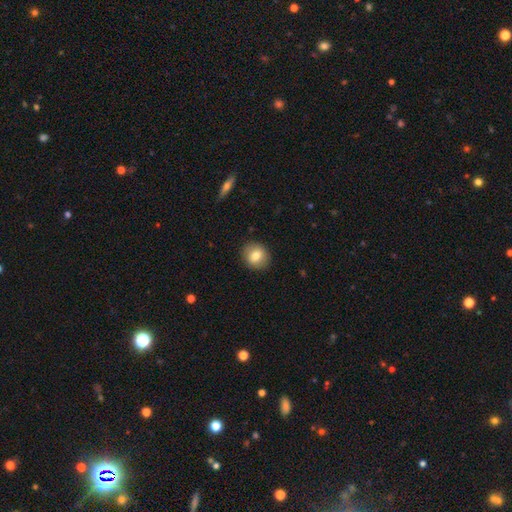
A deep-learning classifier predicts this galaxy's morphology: Smooth or featured? smooth (79%)
How rounded? round (83%)
Merging? none (90%)